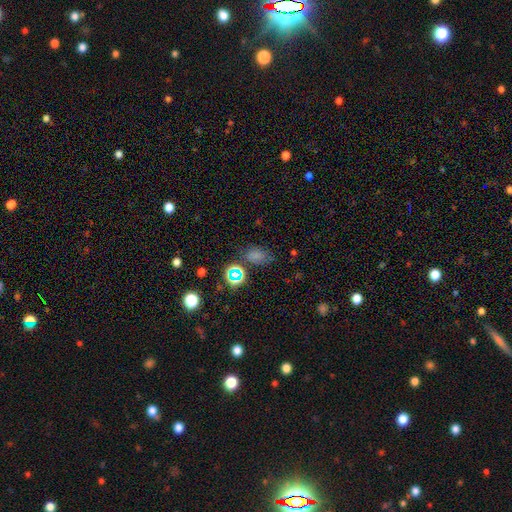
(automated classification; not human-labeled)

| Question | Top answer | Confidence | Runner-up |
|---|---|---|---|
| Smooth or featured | smooth | 66% | star or artifact (27%) |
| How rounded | in between | 70% | round (28%) |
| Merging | none | 68% | minor disturbance (20%) |